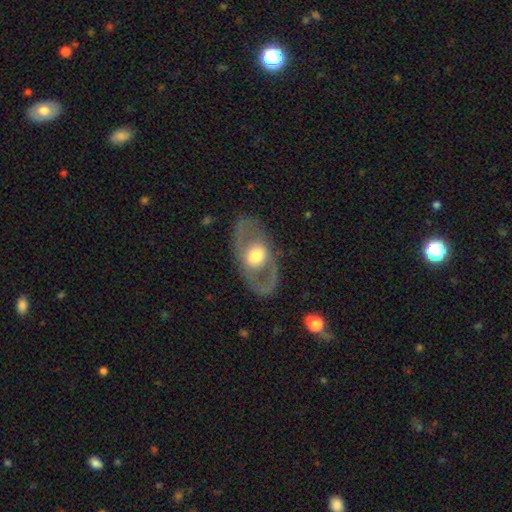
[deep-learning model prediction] smooth_or_featured: featured or disk (p=0.64) [alt: smooth p=0.30]
disk_edge_on: no (p=0.88) [alt: yes p=0.12]
bar: no (p=0.70) [alt: weak p=0.21]
has_spiral_arms: no (p=0.66) [alt: yes p=0.34]
bulge_size: moderate (p=0.60) [alt: large p=0.29]
merging: none (p=0.81) [alt: minor disturbance p=0.11]